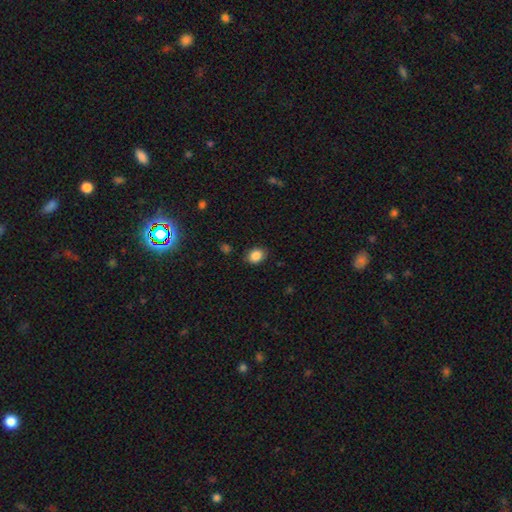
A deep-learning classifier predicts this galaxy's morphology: This is clearly a smooth galaxy (86%). How rounded: likely in between (63%). Merging: clearly none (85%).